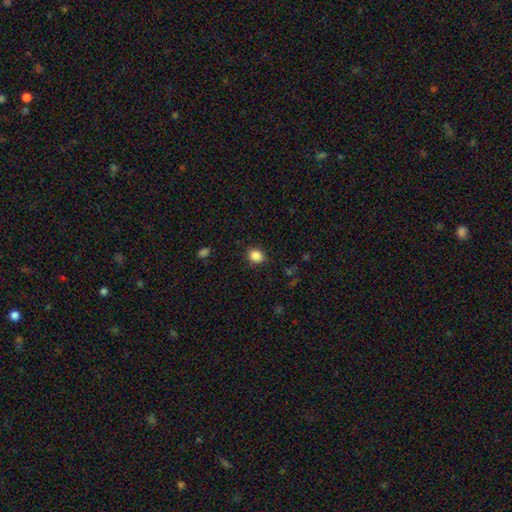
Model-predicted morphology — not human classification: smooth 87%, star or artifact 10%, featured or disk 3%. Down the decision tree: how rounded — round (71%); merging — none (88%).